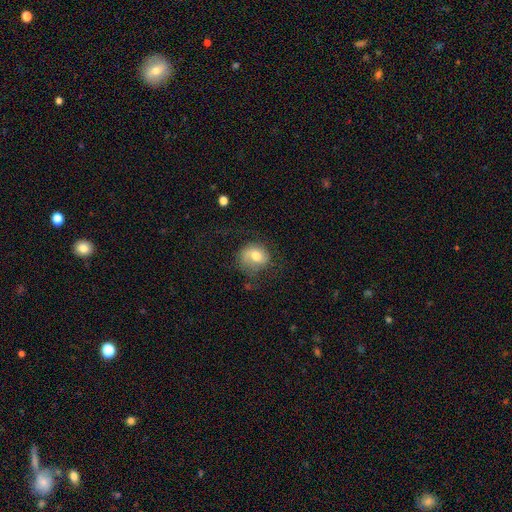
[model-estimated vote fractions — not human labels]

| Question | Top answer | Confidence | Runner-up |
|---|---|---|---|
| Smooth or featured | smooth | 58% | featured or disk (33%) |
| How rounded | round | 68% | in between (31%) |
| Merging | none | 55% | minor disturbance (25%) |